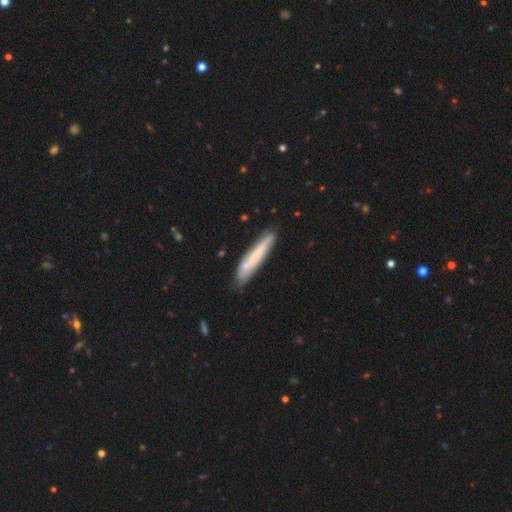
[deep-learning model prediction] Smooth or featured: smooth — 55% (featured or disk — 39%)
How rounded: cigar-shaped — 91% (in between — 8%)
Merging: none — 75% (minor disturbance — 17%)